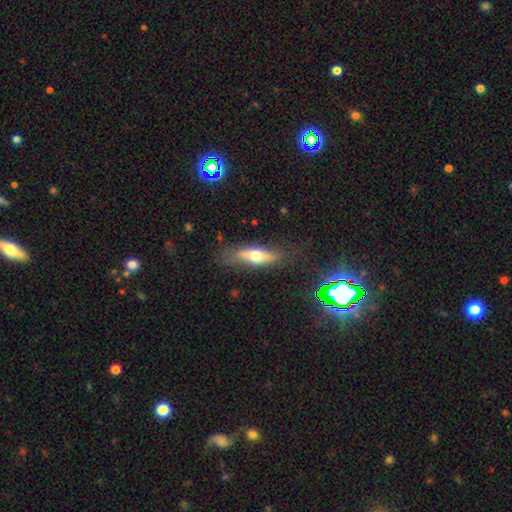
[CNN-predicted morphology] This is possibly a smooth galaxy (52%). How rounded: possibly cigar-shaped (49%). Merging: likely none (71%).